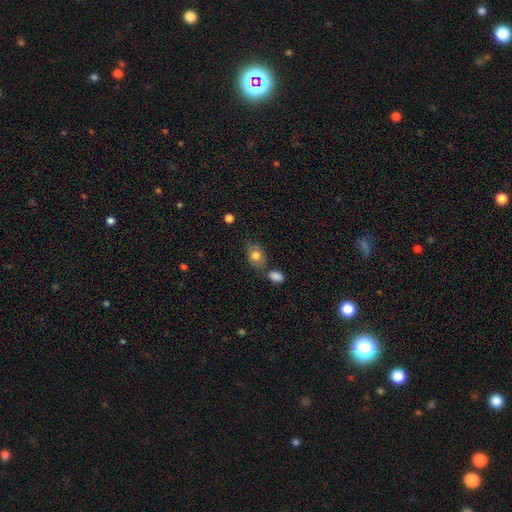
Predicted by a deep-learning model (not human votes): This appears to be a smooth galaxy with no disk features (77%) that is in between round and cigar-shaped (72%). Merging: none (61%).